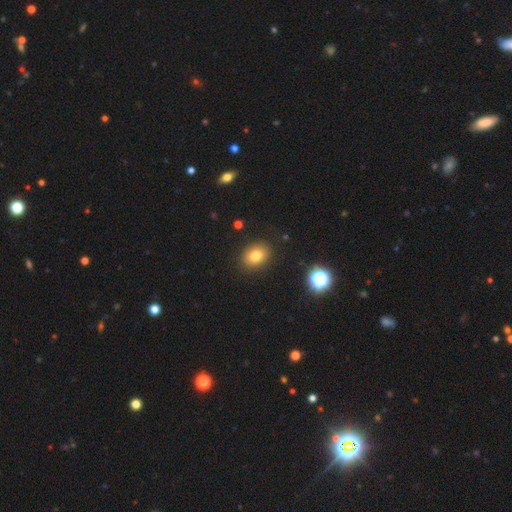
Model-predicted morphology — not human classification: smooth-or-featured: smooth: 79% | star or artifact: 12% | featured or disk: 9%
  how-rounded: in between: 62% | round: 37% | cigar-shaped: 1%
  merging: none: 88% | minor disturbance: 8% | major disturbance: 2% | merger: 1%